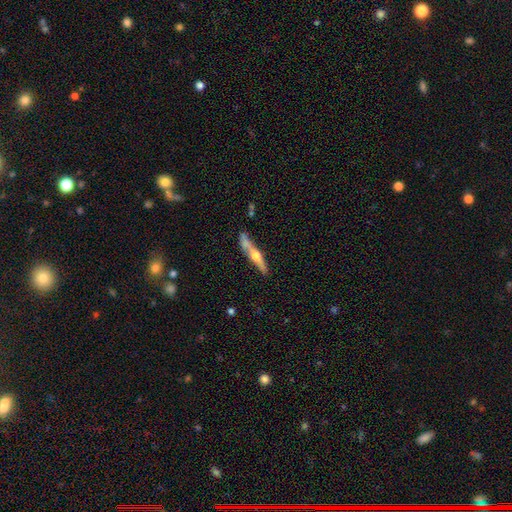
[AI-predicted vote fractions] This is likely a featured or disk galaxy (65%). It is clearly viewed edge-on (94%). Edge-on bulge: clearly rounded (91%). Merging: likely none (68%).